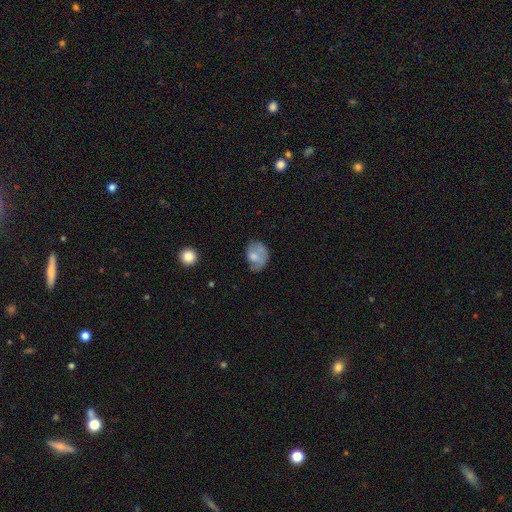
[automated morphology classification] Smooth or featured? smooth (60%)
How rounded? in between (60%)
Merging? none (41%)